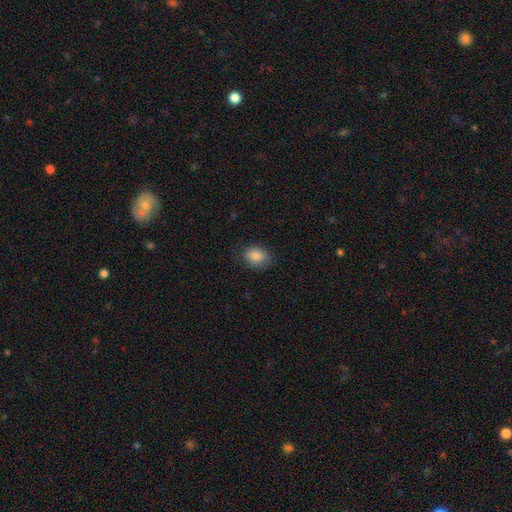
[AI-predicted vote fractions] Overall: smooth (86%). How rounded: in between (66%; round 33%). Merging: none (79%).